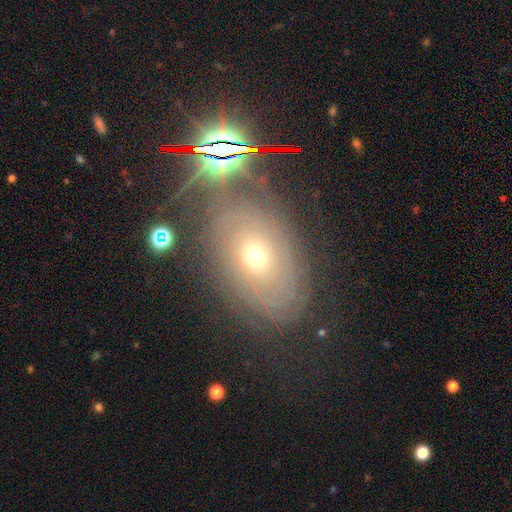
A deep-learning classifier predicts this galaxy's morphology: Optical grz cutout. It shows a featured or disk galaxy (62%) with no bar (77%), spiral arms (75%) and a small central bulge (52%). Merging: none (76%).